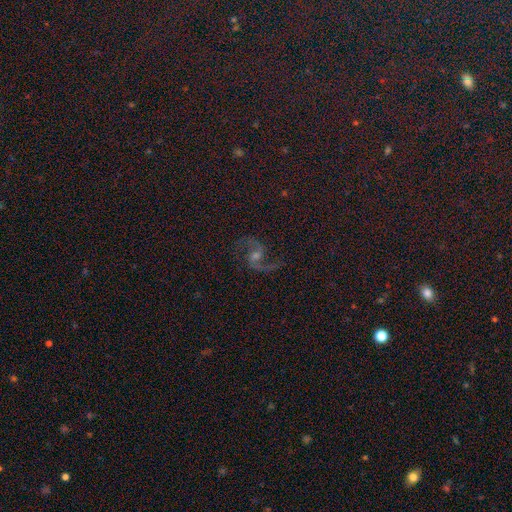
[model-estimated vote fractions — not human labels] A featured or disk galaxy (78%) with no bar (45%), 2 (94%) medium (48%) spiral arms (97%) and a moderate central bulge (56%).

Vote fractions:
- Smooth or featured? featured or disk: 78% / star or artifact: 16% / smooth: 6%
- Edge-on disk? no: 98% / yes: 2%
- Bar? no: 45% / weak: 41% / strong: 14%
- Spiral arms? yes: 97% / no: 3%
- Spiral winding? medium: 48% / loose: 41% / tight: 11%
- Spiral arm count? 2: 94% / 1: 1% / can't tell: 1% / 3: 1% / 4: 1% / more than 4: 1%
- Bulge size? moderate: 56% / small: 34% / large: 5% / none: 3% / dominant: 2%
- Merging? none: 82% / minor disturbance: 10% / major disturbance: 6% / merger: 2%